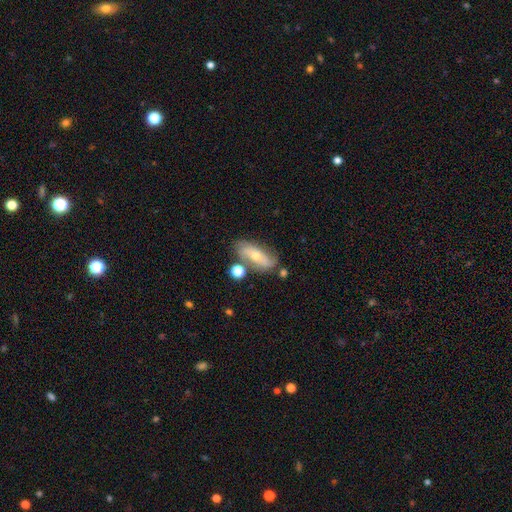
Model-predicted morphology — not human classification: smooth_or_featured: smooth (p=0.48) [alt: featured or disk p=0.44]
merging: none (p=0.63) [alt: minor disturbance p=0.19]